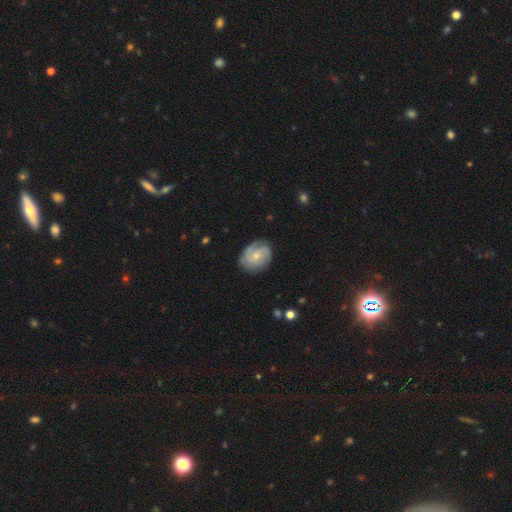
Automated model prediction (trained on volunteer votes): smooth-or-featured: featured or disk: 67% | smooth: 27% | star or artifact: 6%
  disk-edge-on: no: 98% | yes: 2%
    bar: no: 68% | weak: 28% | strong: 4%
    has-spiral-arms: yes: 91% | no: 9%
      spiral-winding: tight: 56% | medium: 33% | loose: 11%
      spiral-arm-count: 2: 35% | can't tell: 30% | 3: 19% | 1: 7% | 4: 5% | more than 4: 4%
    bulge-size: small: 58% | moderate: 35% | none: 4% | large: 2% | dominant: 1%
  merging: none: 74% | minor disturbance: 19% | major disturbance: 6% | merger: 1%